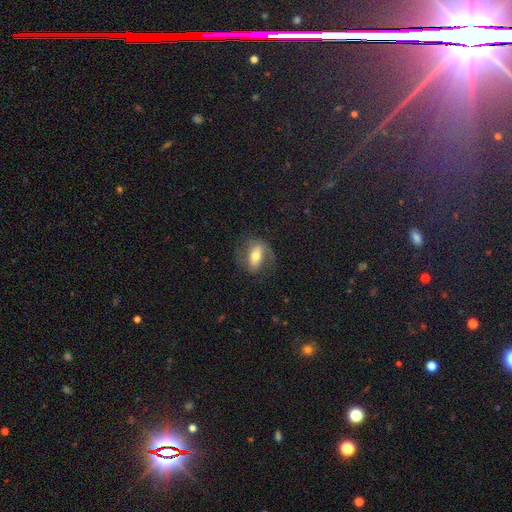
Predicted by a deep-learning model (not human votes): A featured or disk galaxy (55%). Merging: none (66%).